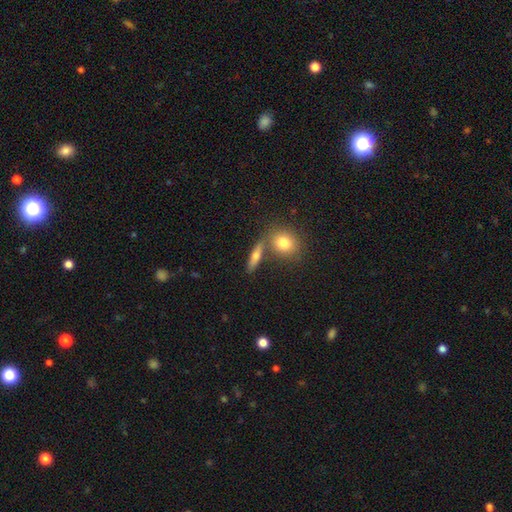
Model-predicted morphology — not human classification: smooth 66%, featured or disk 23%, star or artifact 11%. Down the decision tree: how rounded — cigar-shaped (43%); merging — none (66%).